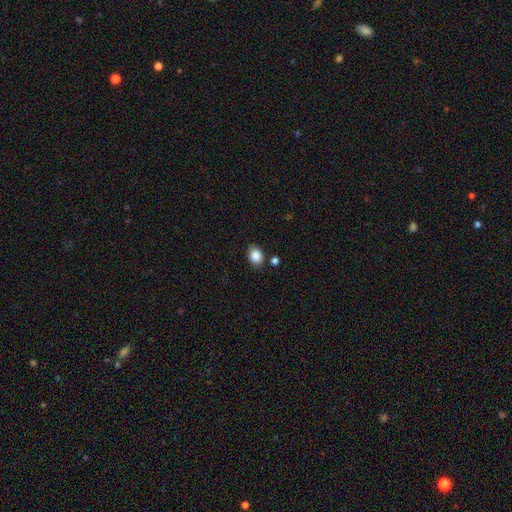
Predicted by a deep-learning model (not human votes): Smooth or featured? Predicted: smooth (p=0.87). How rounded? Predicted: in between (p=0.59). Merging? Predicted: none (p=0.77).